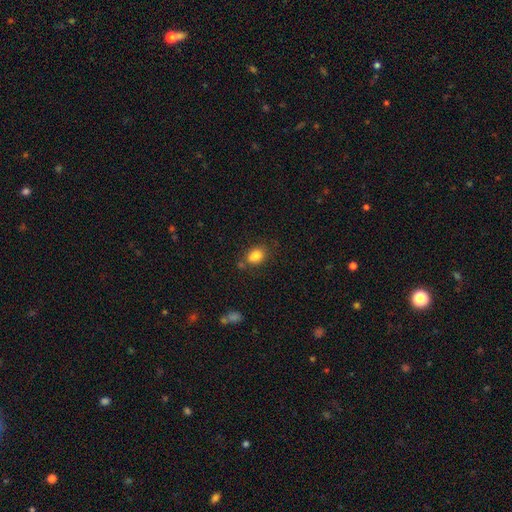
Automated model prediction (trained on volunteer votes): Smooth or featured: smooth — 84% (star or artifact — 9%)
How rounded: in between — 69% (round — 29%)
Merging: none — 70% (minor disturbance — 16%)